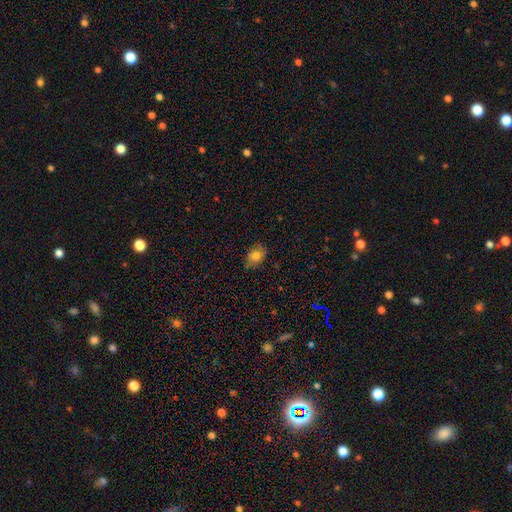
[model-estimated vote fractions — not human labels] A smooth galaxy with no disk features (78%) that is in between round and cigar-shaped (53%).

Vote fractions:
- Smooth or featured? smooth: 78% / featured or disk: 11% / star or artifact: 11%
- How rounded? in between: 53% / round: 46% / cigar-shaped: 1%
- Merging? none: 70% / minor disturbance: 24% / major disturbance: 5% / merger: 2%